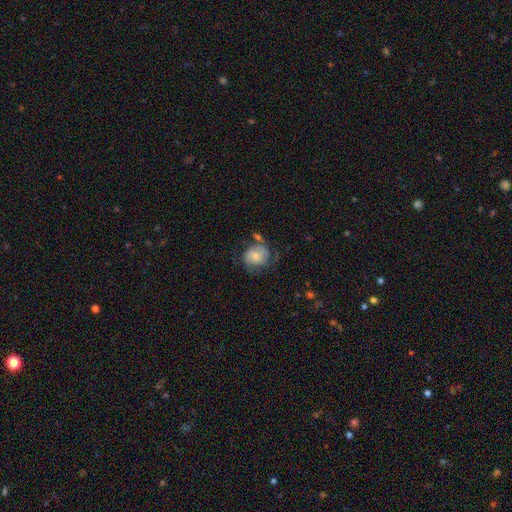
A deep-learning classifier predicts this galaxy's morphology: smooth_or_featured: featured or disk (p=0.55) [alt: smooth p=0.38]
disk_edge_on: no (p=0.98) [alt: yes p=0.02]
bar: no (p=0.74) [alt: weak p=0.22]
has_spiral_arms: yes (p=0.85) [alt: no p=0.15]
bulge_size: small (p=0.45) [alt: moderate p=0.43]
merging: none (p=0.48) [alt: minor disturbance p=0.24]